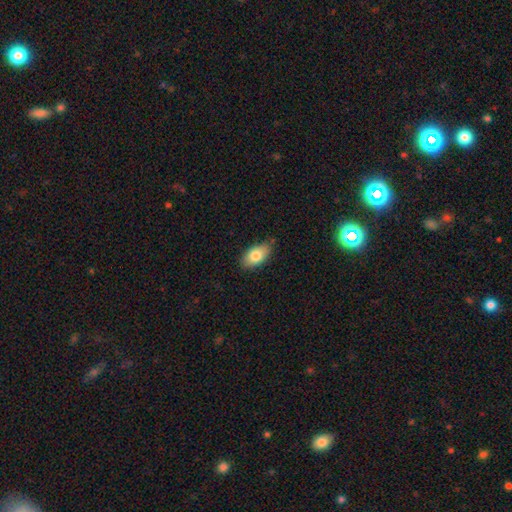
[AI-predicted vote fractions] A smooth galaxy with no disk features (80%) that is in between round and cigar-shaped (92%).

Vote fractions:
- Smooth or featured? smooth: 80% / featured or disk: 13% / star or artifact: 7%
- How rounded? in between: 92% / round: 4% / cigar-shaped: 3%
- Merging? none: 79% / minor disturbance: 17% / major disturbance: 3% / merger: 2%